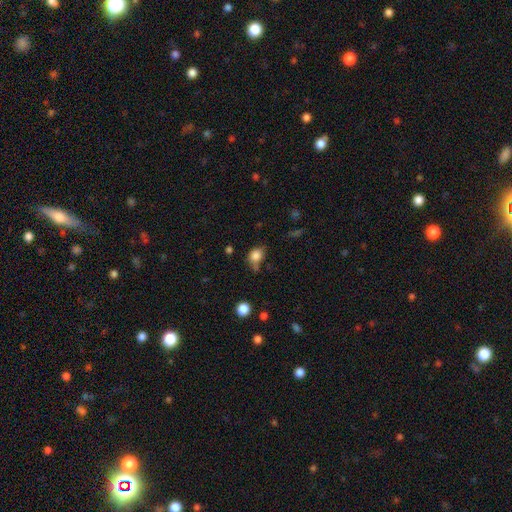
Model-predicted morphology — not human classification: type=smooth (81%); roundness=in between (50%); merging=none (51%).